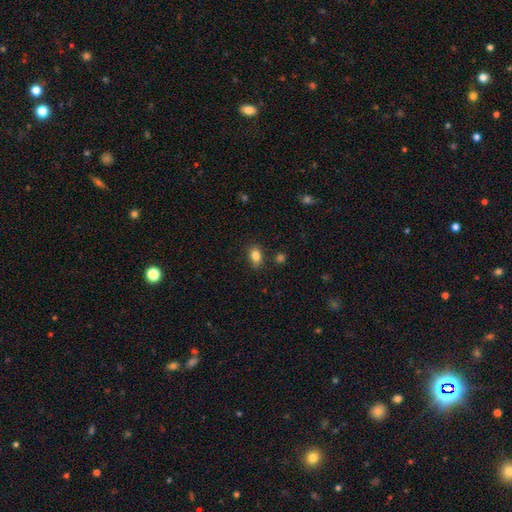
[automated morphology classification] Q: Smooth or featured?
A: smooth (83%); runner-up: star or artifact (10%)
Q: How rounded?
A: in between (72%); runner-up: round (26%)
Q: Merging?
A: none (80%); runner-up: minor disturbance (14%)